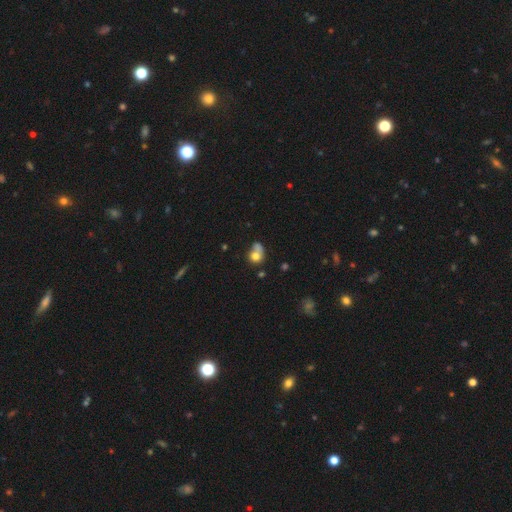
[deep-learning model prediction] smooth_or_featured: smooth (p=0.72) [alt: featured or disk p=0.17]
how_rounded: round (p=0.61) [alt: in between p=0.37]
merging: none (p=0.33) [alt: merger p=0.29]